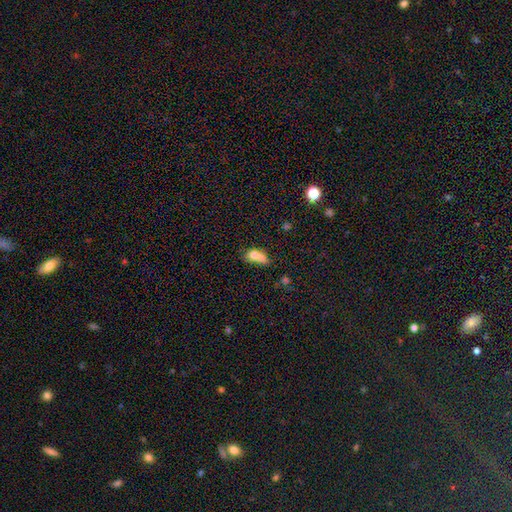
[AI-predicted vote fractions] The model was most divided on "merging": merger: 53%, none: 22%, minor disturbance: 15%, major disturbance: 10%. More confident: smooth or featured — smooth (71%); how rounded — in between (68%).